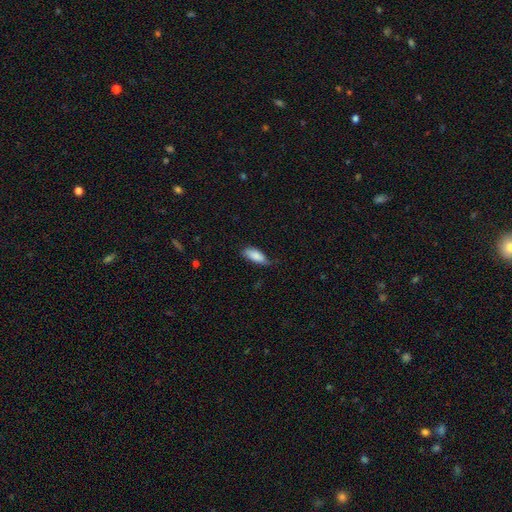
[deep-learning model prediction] A smooth galaxy with no disk features (85%) that is in between round and cigar-shaped (81%). Merging: none (58%).